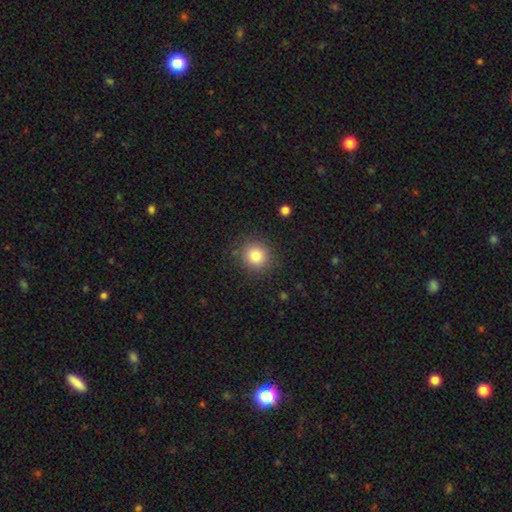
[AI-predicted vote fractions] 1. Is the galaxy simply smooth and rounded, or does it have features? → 82% smooth, 11% star or artifact, 7% featured or disk.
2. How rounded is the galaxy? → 91% round, 8% in between, 1% cigar-shaped.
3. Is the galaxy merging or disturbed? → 88% none, 8% minor disturbance, 3% major disturbance, 1% merger.